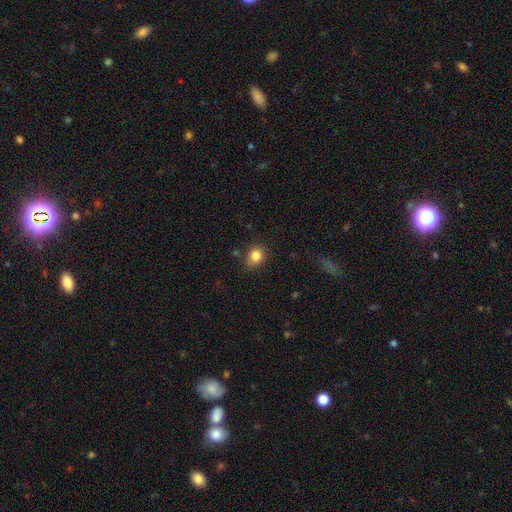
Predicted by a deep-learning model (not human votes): Q: Smooth or featured?
A: smooth (83%); runner-up: star or artifact (11%)
Q: How rounded?
A: round (67%); runner-up: in between (32%)
Q: Merging?
A: none (75%); runner-up: minor disturbance (17%)